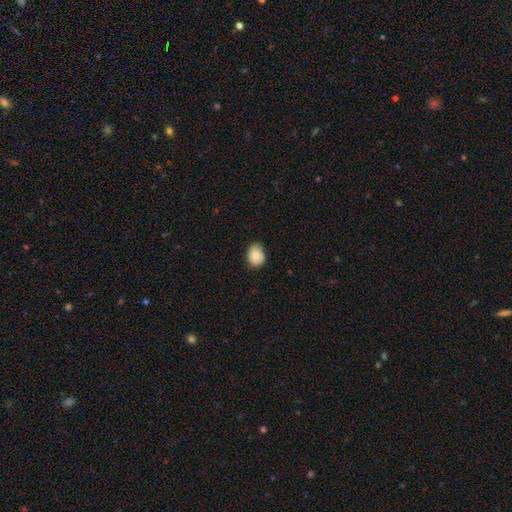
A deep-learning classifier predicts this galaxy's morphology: A smooth galaxy with no disk features (82%) that is in between round and cigar-shaped (51%). Merging: none (70%).